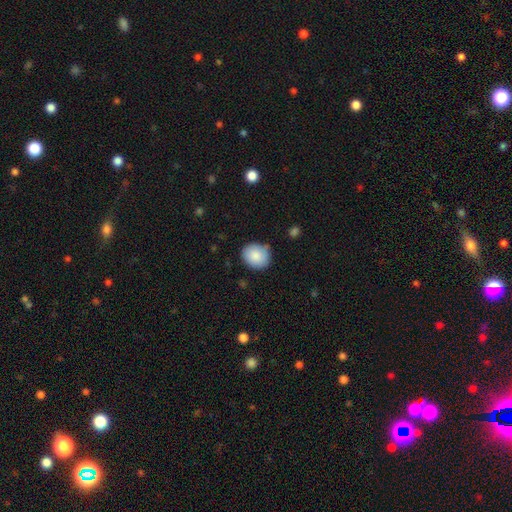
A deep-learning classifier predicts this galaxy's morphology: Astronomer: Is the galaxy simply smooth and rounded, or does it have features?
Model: smooth — 87%.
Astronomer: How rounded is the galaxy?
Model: round — 68%.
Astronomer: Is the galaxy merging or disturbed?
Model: none — 79%.